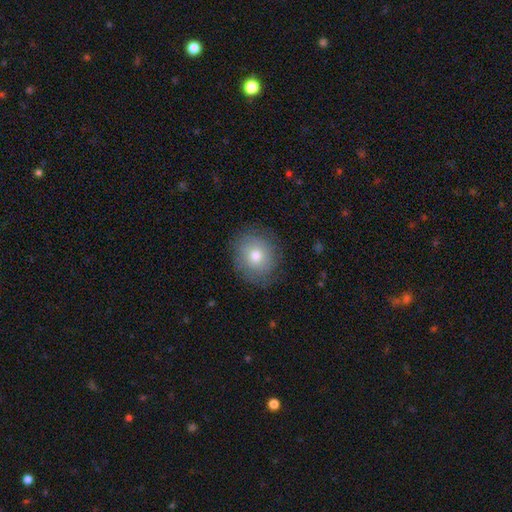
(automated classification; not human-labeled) Overall: smooth (73%). How rounded: round (78%). Merging: none (81%).